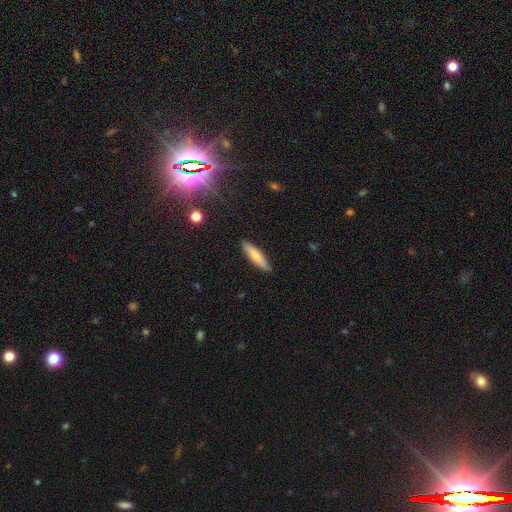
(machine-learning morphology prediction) This appears to be a smooth galaxy with no disk features (71%) that is cigar-shaped (77%). Merging: none (88%).